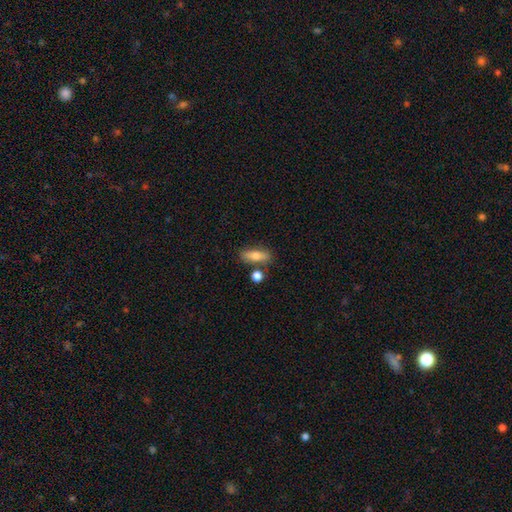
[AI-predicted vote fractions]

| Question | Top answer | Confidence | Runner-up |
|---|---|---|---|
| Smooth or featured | smooth | 72% | featured or disk (21%) |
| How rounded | in between | 61% | cigar-shaped (33%) |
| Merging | none | 73% | minor disturbance (13%) |